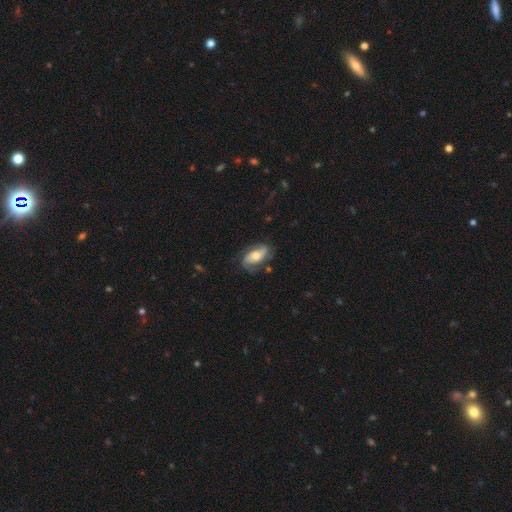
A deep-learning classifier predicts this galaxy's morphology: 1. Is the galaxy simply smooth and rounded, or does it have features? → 68% featured or disk, 26% smooth, 7% star or artifact.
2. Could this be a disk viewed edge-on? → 94% no, 6% yes.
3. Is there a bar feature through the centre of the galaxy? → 52% no, 30% weak, 18% strong.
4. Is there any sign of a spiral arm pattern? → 90% yes, 10% no.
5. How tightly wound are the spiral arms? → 41% medium, 33% loose, 26% tight.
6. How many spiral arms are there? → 84% 2, 8% can't tell, 4% 1, 2% 3, 1% 4, 1% more than 4.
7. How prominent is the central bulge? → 54% moderate, 25% small, 15% large, 3% none, 2% dominant.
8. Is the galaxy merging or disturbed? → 68% none, 20% minor disturbance, 10% major disturbance, 2% merger.